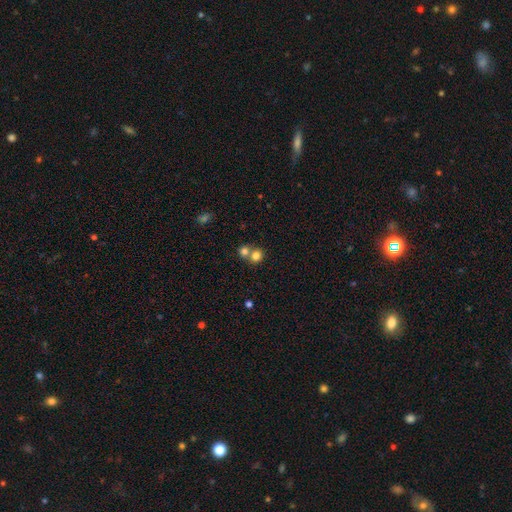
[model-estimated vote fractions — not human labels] Smooth or featured: smooth — 79% (star or artifact — 12%)
How rounded: round — 81% (in between — 18%)
Merging: merger — 49% (none — 43%)